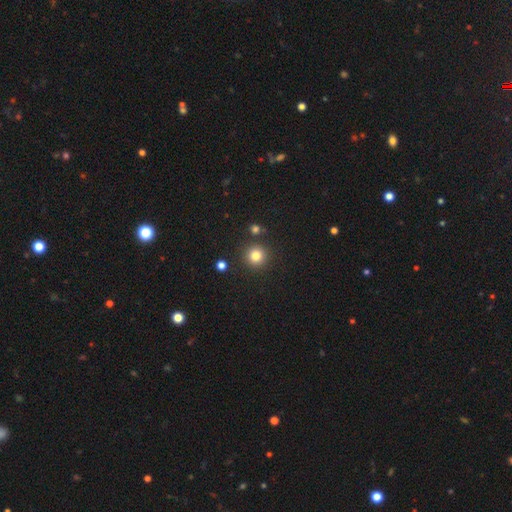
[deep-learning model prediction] Morphology: type=smooth (82%); roundness=round (94%); merging=none (87%).